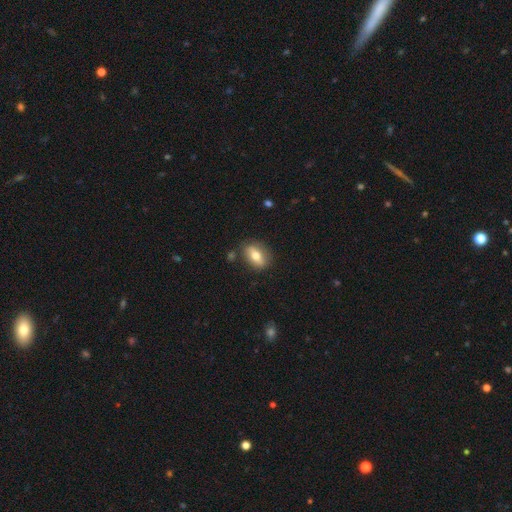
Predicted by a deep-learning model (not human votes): smooth 65%, featured or disk 27%, star or artifact 7%. Down the decision tree: how rounded — in between (77%); merging — none (82%).